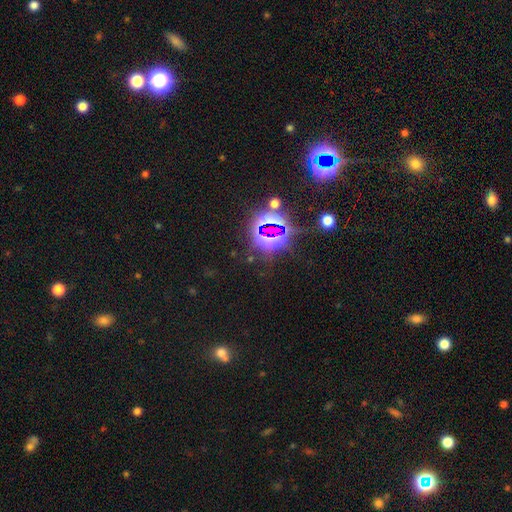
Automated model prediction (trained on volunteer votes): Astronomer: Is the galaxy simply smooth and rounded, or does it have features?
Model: star or artifact — 79%.